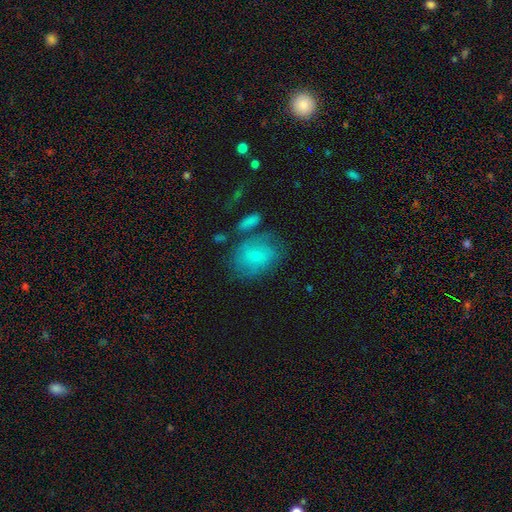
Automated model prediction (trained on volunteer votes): This is likely a smooth galaxy (61%). How rounded: likely in between (64%). Merging: possibly none (52%).